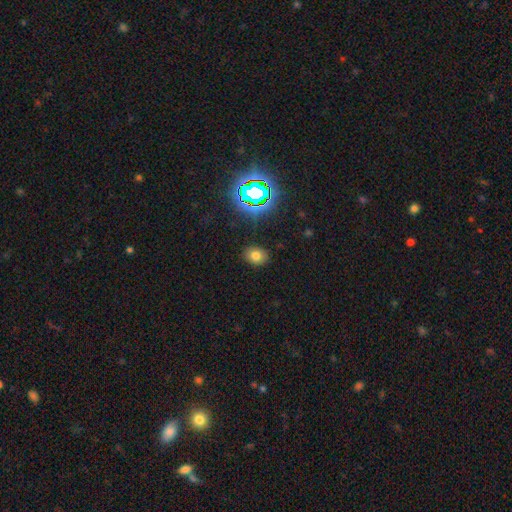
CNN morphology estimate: type=smooth (71%); roundness=in between (62%); merging=none (86%).